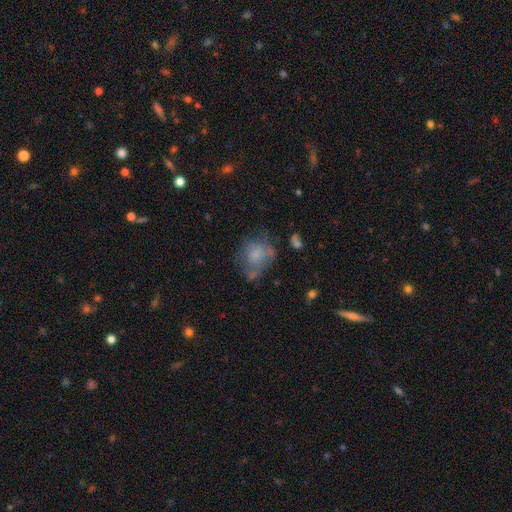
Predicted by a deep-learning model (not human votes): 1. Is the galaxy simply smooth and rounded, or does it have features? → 60% smooth, 29% featured or disk, 11% star or artifact.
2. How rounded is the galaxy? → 57% round, 42% in between, 1% cigar-shaped.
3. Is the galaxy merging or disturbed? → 41% none, 26% minor disturbance, 24% major disturbance, 8% merger.